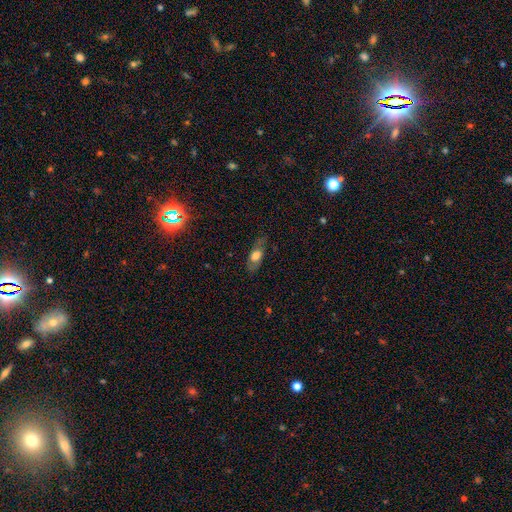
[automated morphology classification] A smooth galaxy with no disk features (62%) that is in between round and cigar-shaped (74%). Merging: none (69%).